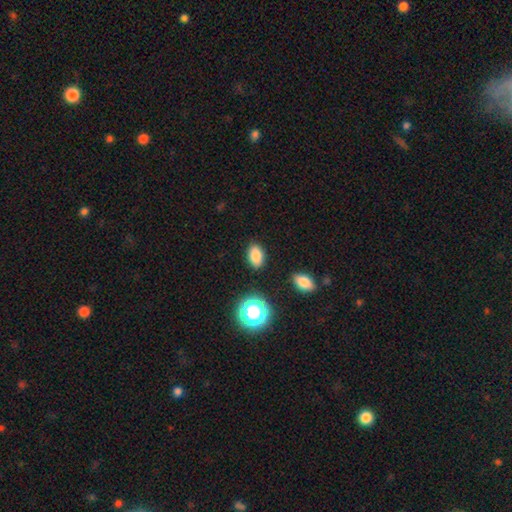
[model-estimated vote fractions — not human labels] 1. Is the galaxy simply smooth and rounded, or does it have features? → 82% smooth, 12% star or artifact, 6% featured or disk.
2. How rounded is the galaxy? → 83% in between, 16% round, 2% cigar-shaped.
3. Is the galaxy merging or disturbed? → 85% none, 10% minor disturbance, 3% major disturbance, 2% merger.